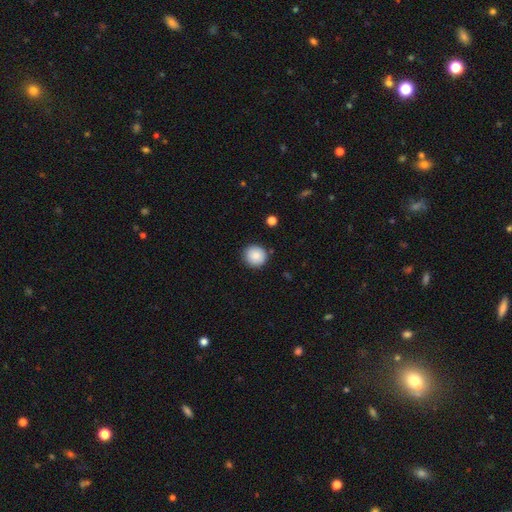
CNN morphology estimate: This is clearly a smooth galaxy (85%). How rounded: clearly round (92%). Merging: clearly none (88%).